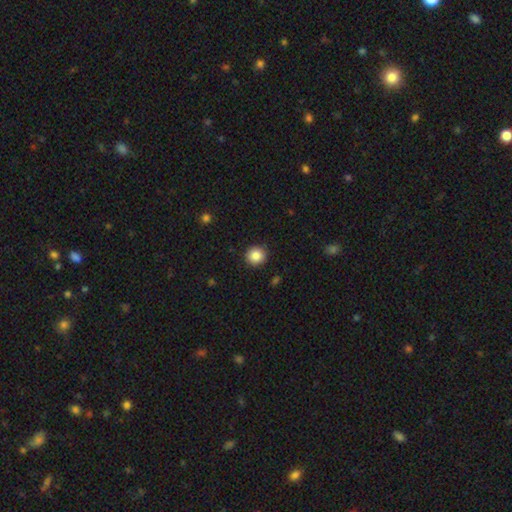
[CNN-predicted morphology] Smooth or featured?
  - smooth: 86% *
  - star or artifact: 9%
  - featured or disk: 5%
How rounded?
  - round: 92% *
  - in between: 7%
  - cigar-shaped: 1%
Merging?
  - none: 92% *
  - minor disturbance: 6%
  - major disturbance: 2%
  - merger: 1%